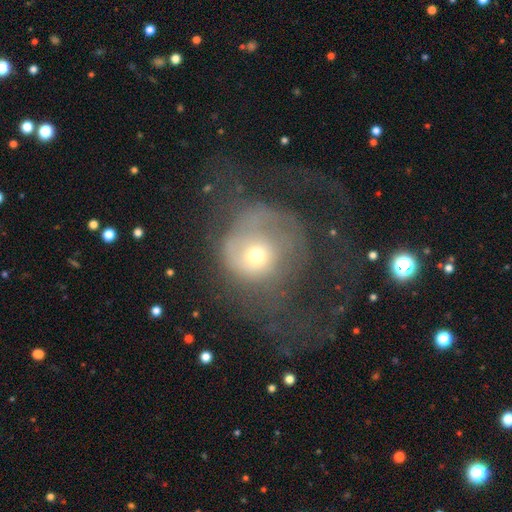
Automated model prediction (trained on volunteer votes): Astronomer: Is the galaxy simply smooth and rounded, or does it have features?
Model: featured or disk — 47% (runner-up: smooth, 40%).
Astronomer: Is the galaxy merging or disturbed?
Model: major disturbance — 57%.